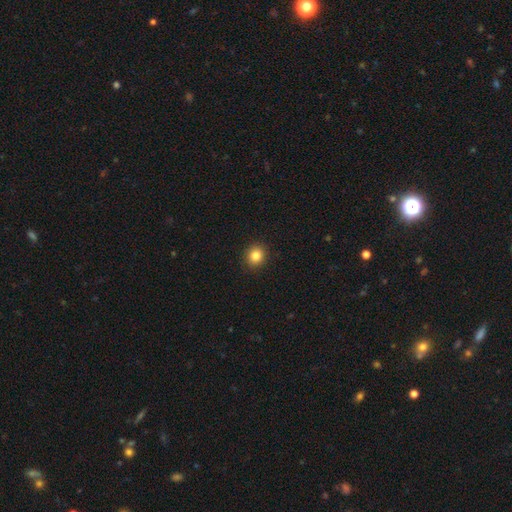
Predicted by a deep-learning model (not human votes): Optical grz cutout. It shows a smooth galaxy with no disk features (84%) that is round (86%). Merging: none (92%).